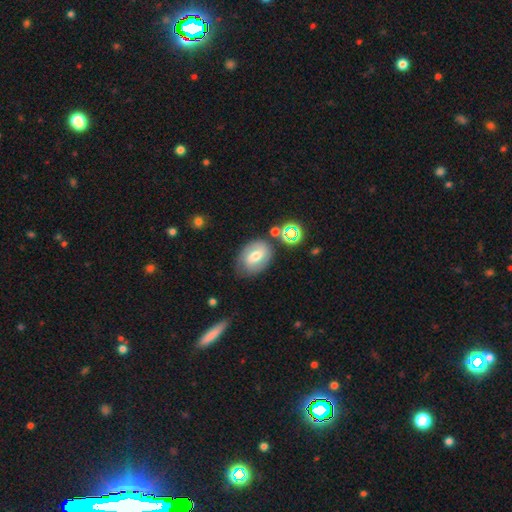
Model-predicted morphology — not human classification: Overall: featured or disk (47%; smooth 42%). Merging: none (69%).